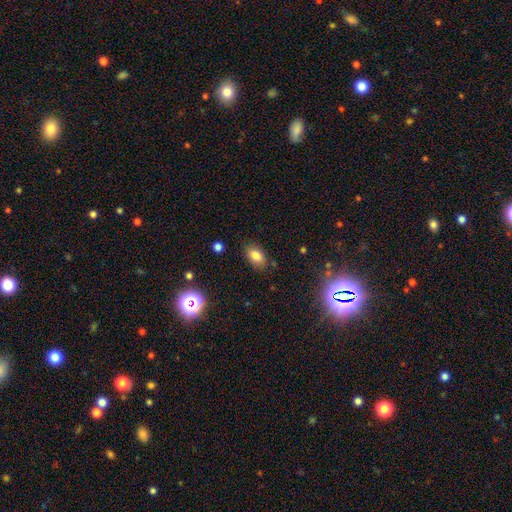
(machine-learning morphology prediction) smooth_or_featured: smooth (p=0.82) [alt: star or artifact p=0.10]
how_rounded: in between (p=0.89) [alt: round p=0.09]
merging: none (p=0.83) [alt: minor disturbance p=0.12]